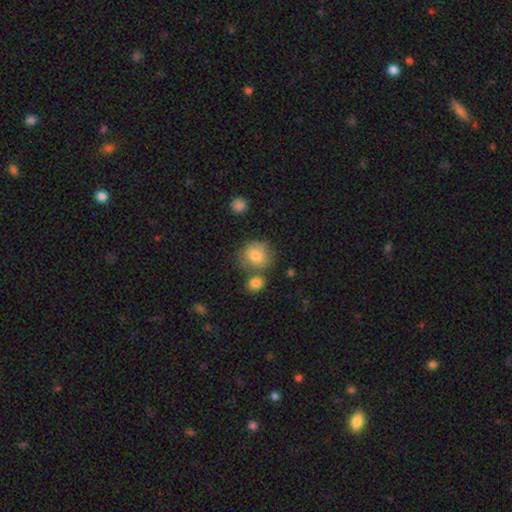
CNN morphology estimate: A smooth galaxy with no disk features (77%) that is round (78%).

Vote fractions:
- Smooth or featured? smooth: 77% / featured or disk: 14% / star or artifact: 9%
- How rounded? round: 78% / in between: 21% / cigar-shaped: 1%
- Merging? none: 58% / merger: 21% / minor disturbance: 16% / major disturbance: 5%